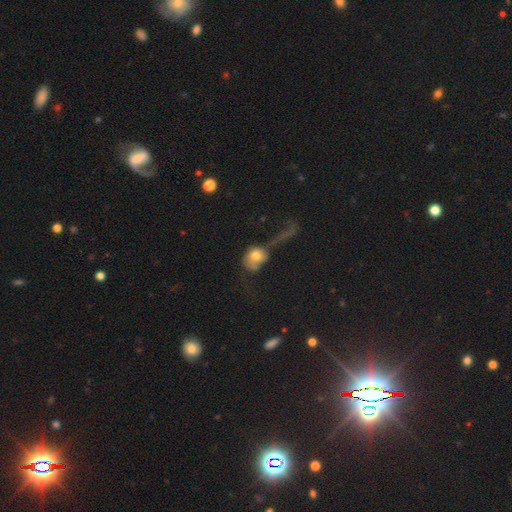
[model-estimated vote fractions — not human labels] A smooth galaxy with no disk features (69%) that is round (52%).

Vote fractions:
- Smooth or featured? smooth: 69% / featured or disk: 21% / star or artifact: 9%
- How rounded? round: 52% / in between: 45% / cigar-shaped: 3%
- Merging? major disturbance: 55% / none: 16% / merger: 15% / minor disturbance: 14%